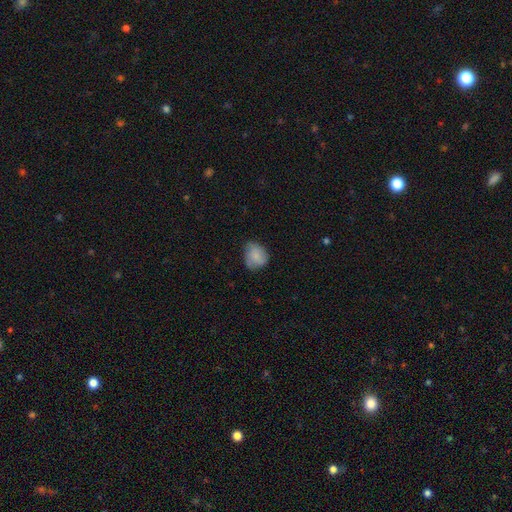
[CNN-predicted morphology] A smooth galaxy with no disk features (76%) that is round (62%). Merging: none (58%).